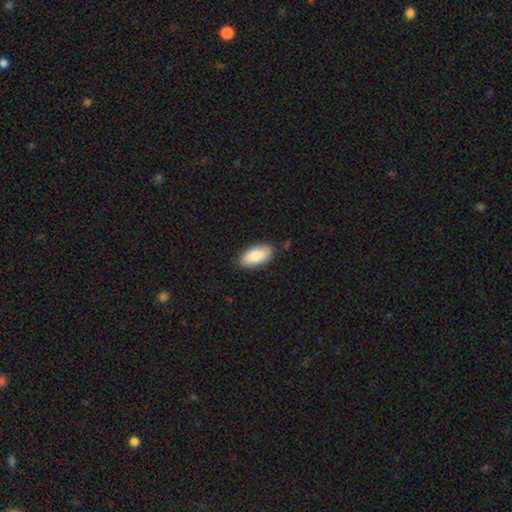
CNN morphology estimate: This is clearly a smooth galaxy (83%). How rounded: clearly in between (93%). Merging: clearly none (86%).